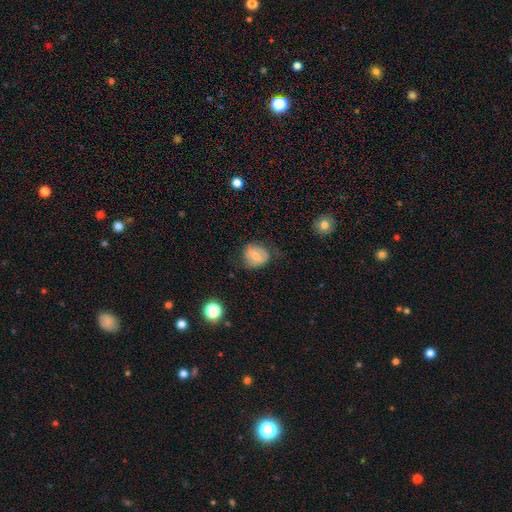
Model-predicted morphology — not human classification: type=smooth (64%); roundness=round (67%); merging=none (62%).